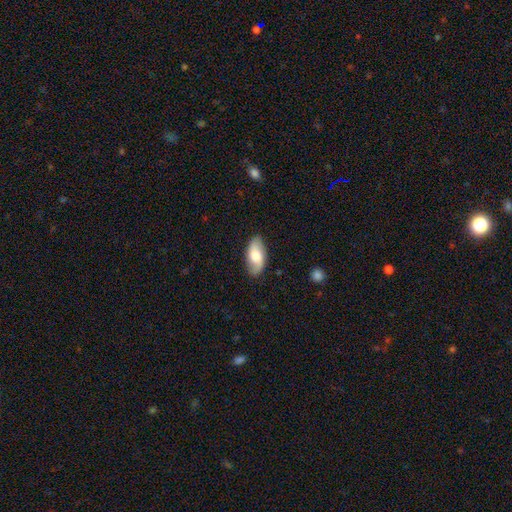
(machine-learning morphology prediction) Smooth or featured? smooth (56%)
How rounded? in between (92%)
Merging? none (83%)